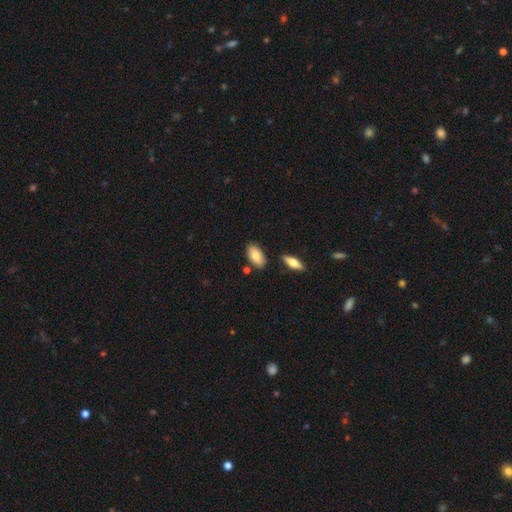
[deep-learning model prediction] smooth-or-featured: smooth: 82% | featured or disk: 12% | star or artifact: 6%
  how-rounded: in between: 93% | cigar-shaped: 4% | round: 3%
  merging: none: 78% | minor disturbance: 13% | merger: 6% | major disturbance: 2%